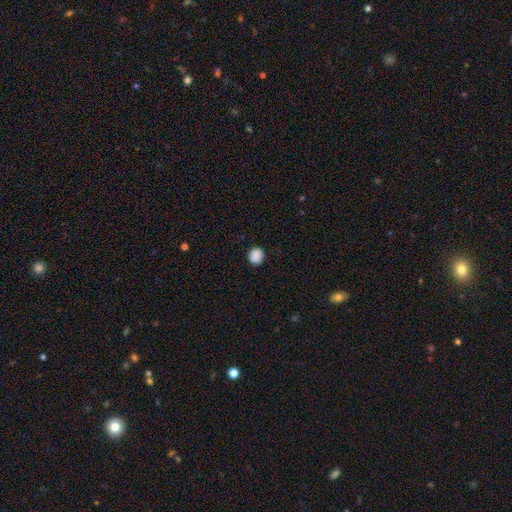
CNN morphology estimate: Smooth or featured? smooth (87%)
How rounded? round (72%)
Merging? none (83%)